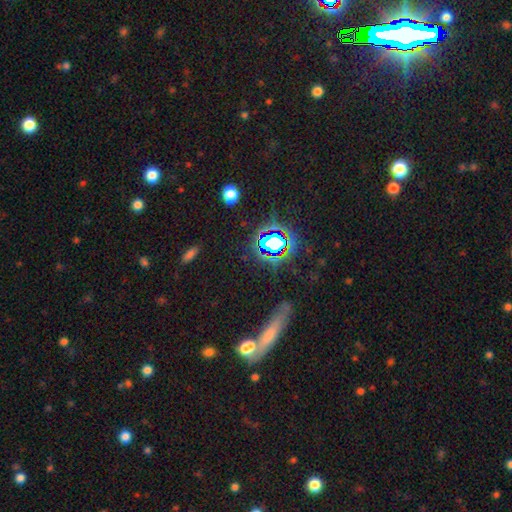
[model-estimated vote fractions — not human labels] Q: Smooth or featured?
A: star or artifact (54%); runner-up: smooth (28%)